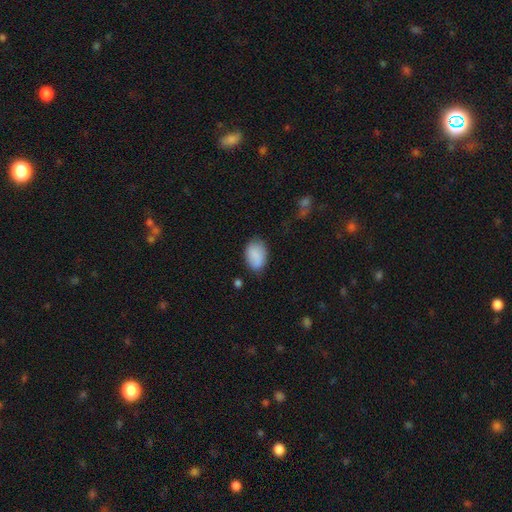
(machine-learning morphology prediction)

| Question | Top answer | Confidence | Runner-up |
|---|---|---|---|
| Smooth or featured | smooth | 86% | star or artifact (7%) |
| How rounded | in between | 86% | round (12%) |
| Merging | none | 72% | minor disturbance (21%) |